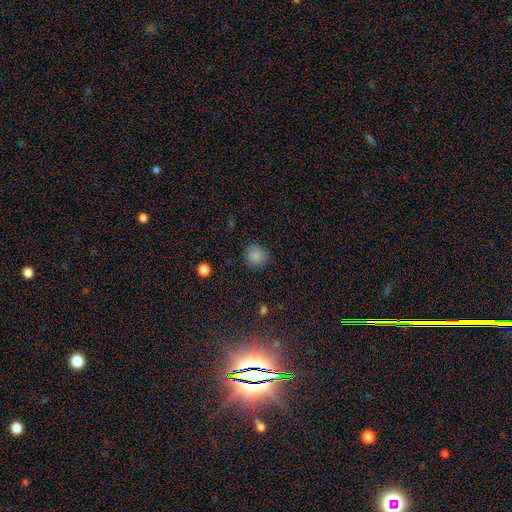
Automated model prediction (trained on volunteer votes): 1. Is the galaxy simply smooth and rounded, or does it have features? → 84% smooth, 12% star or artifact, 4% featured or disk.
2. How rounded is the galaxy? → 85% round, 14% in between, 1% cigar-shaped.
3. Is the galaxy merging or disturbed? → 83% none, 13% minor disturbance, 3% major disturbance, 1% merger.